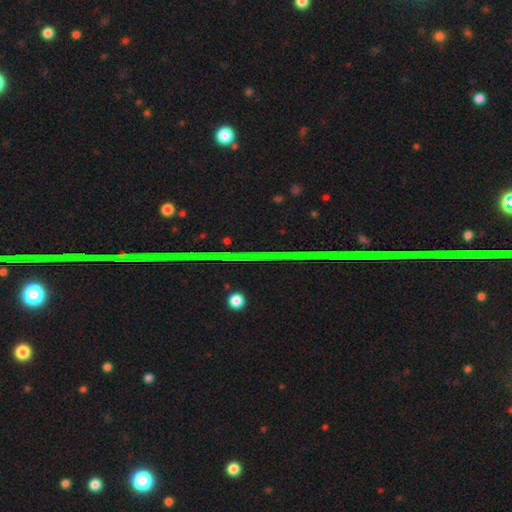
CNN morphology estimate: This is clearly a star or artifact rather than a galaxy (85%).